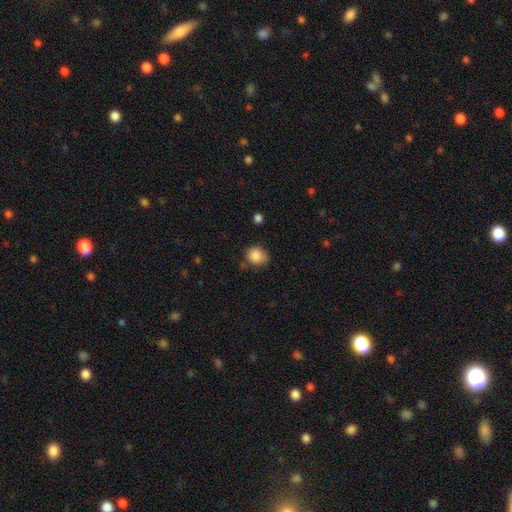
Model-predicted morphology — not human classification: smooth 87%, star or artifact 9%, featured or disk 4%. Down the decision tree: how rounded — round (72%); merging — none (69%).